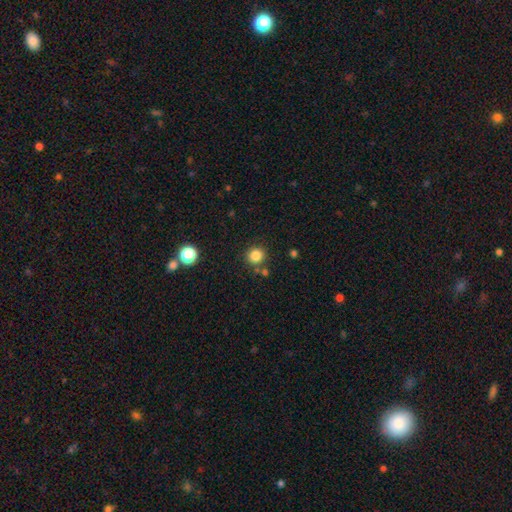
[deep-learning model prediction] Morphology: type=smooth (84%); roundness=round (91%); merging=none (81%).